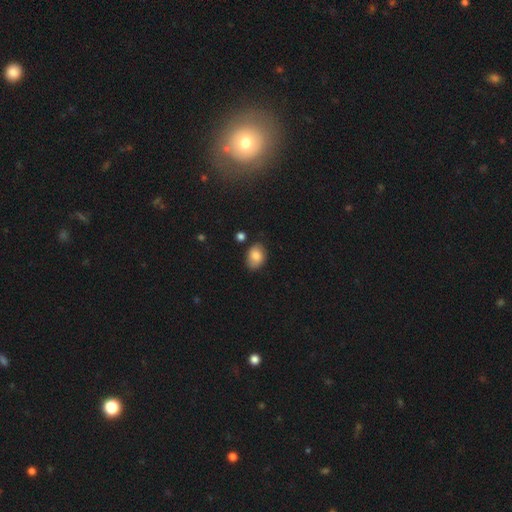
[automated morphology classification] smooth_or_featured: smooth (p=0.79) [alt: featured or disk p=0.13]
how_rounded: in between (p=0.78) [alt: round p=0.21]
merging: none (p=0.72) [alt: minor disturbance p=0.21]